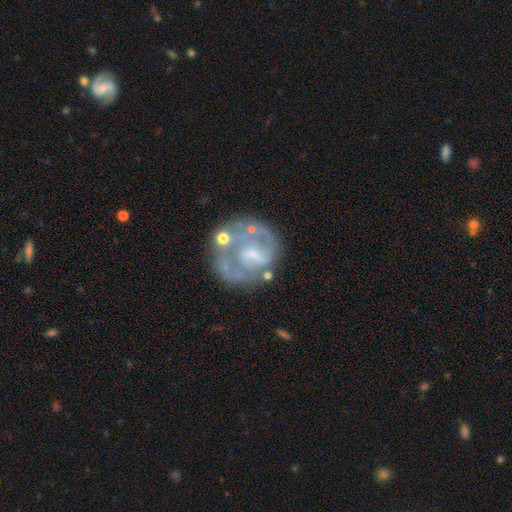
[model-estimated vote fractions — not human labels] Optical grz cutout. It shows a featured or disk galaxy (69%) with no bar (51%), spiral arms (53%) and a small central bulge (38%). Merging: none (44%).